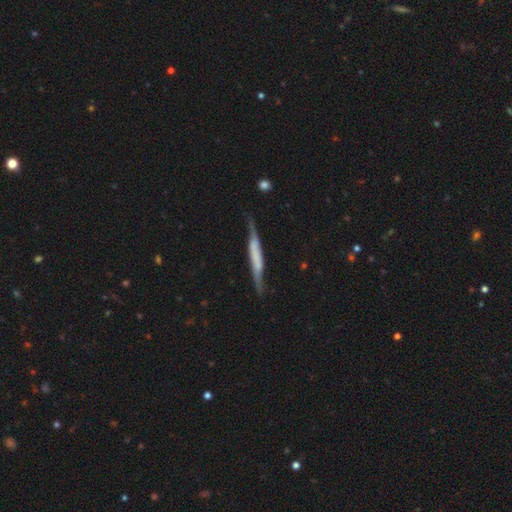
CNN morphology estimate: Smooth or featured: featured or disk — 59% (smooth — 35%)
Edge-on disk: yes — 89% (no — 11%)
Edge-on bulge: none — 45% (boxy — 37%)
Merging: none — 69% (minor disturbance — 23%)